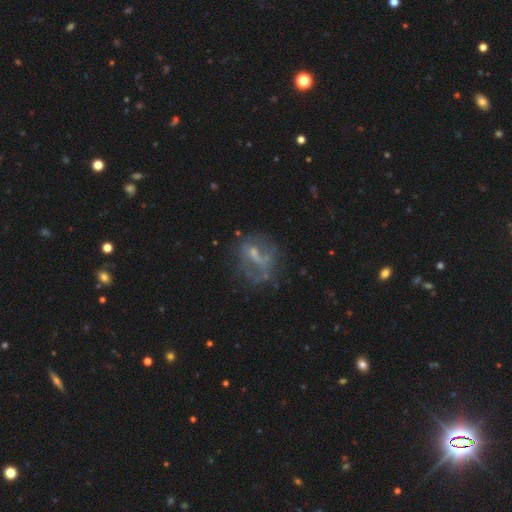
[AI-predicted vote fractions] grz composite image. It shows a featured or disk galaxy (58%) with no bar (45%), no spiral arms (68%) and a small central bulge (46%). Merging: none (47%).